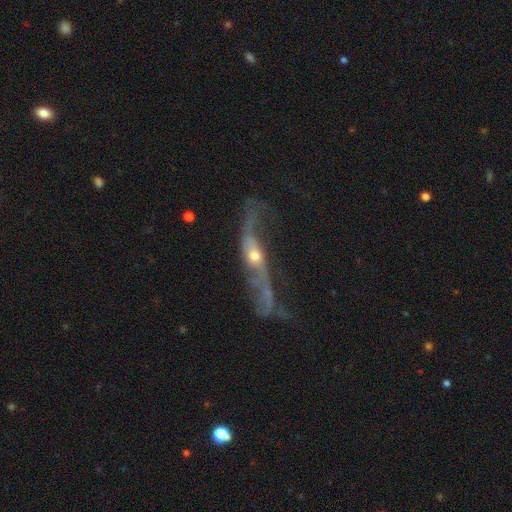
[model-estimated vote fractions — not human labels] Overall: featured or disk (83%). Edge-on disk: no (64%; yes 36%). Bar: no (64%). Spiral arms: yes (87%). Bulge size: small (48%; moderate 46%). Merging: none (51%; major disturbance 22%).